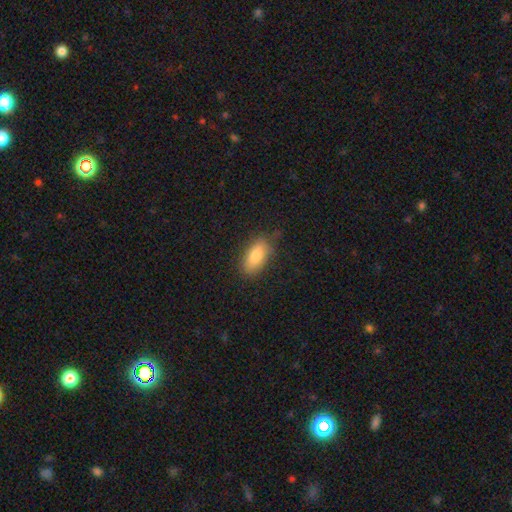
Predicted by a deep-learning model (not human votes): Morphology: type=smooth (84%); roundness=in between (85%); merging=none (80%).